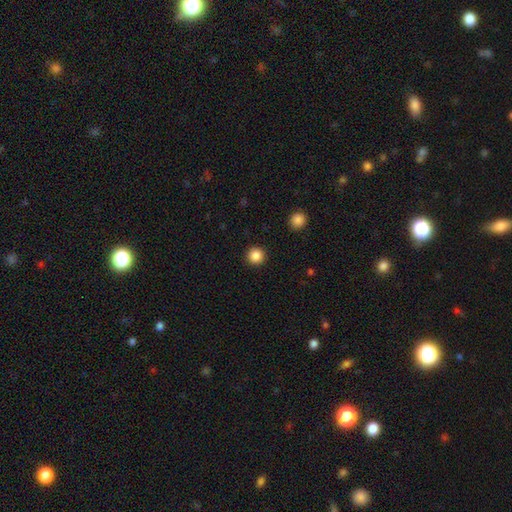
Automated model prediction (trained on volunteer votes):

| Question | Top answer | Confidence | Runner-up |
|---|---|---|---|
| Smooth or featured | smooth | 86% | star or artifact (11%) |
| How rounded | round | 96% | in between (3%) |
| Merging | none | 93% | minor disturbance (4%) |